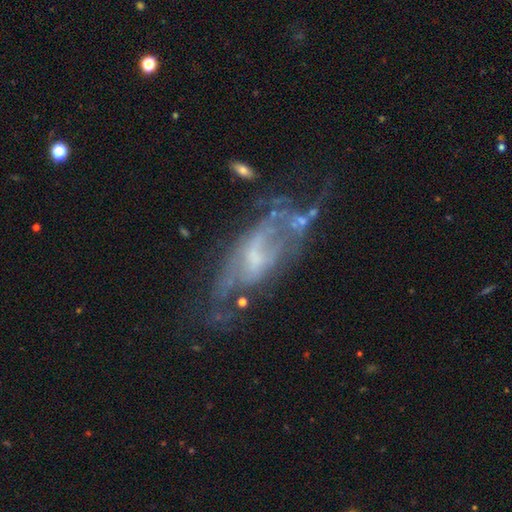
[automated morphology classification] This is likely a featured or disk galaxy (73%). It is clearly not viewed edge-on (85%). Bar: possibly no (45%). Spiral arm pattern: likely yes (60%). Central bulge: marginally small (43%). Merging: marginally none (43%).